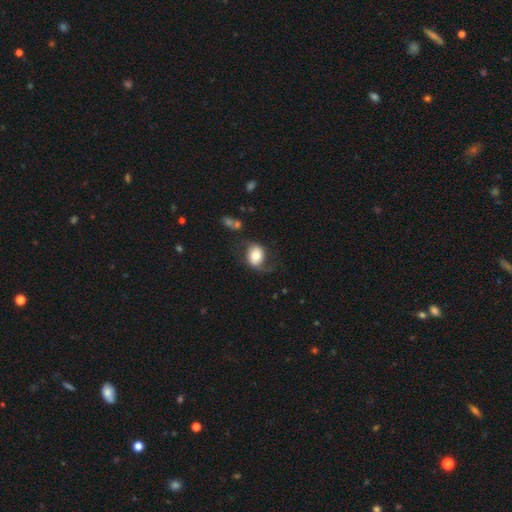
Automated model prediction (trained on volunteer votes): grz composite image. It shows a smooth galaxy with no disk features (53%) that is in between round and cigar-shaped (63%). Merging: none (52%).